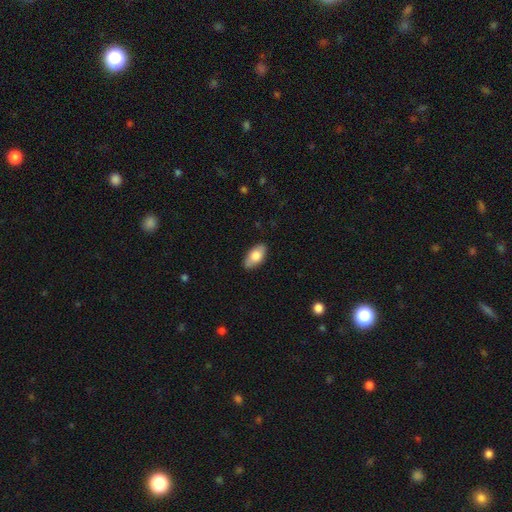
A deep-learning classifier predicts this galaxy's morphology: type=smooth (74%); roundness=in between (93%); merging=none (84%).